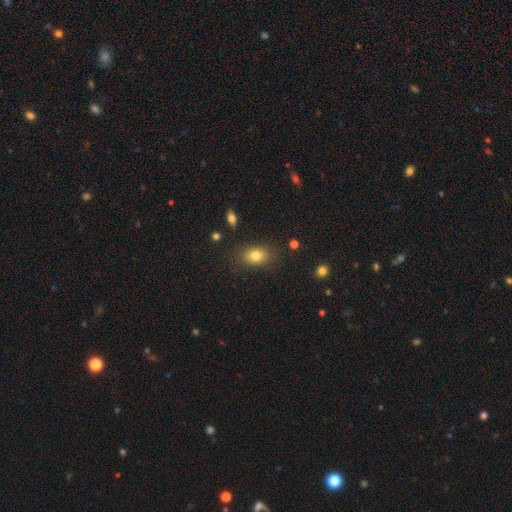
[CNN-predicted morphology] type=smooth (81%); roundness=in between (74%); merging=none (82%).